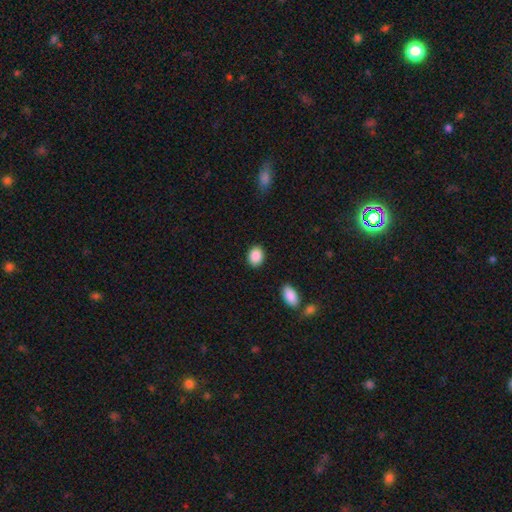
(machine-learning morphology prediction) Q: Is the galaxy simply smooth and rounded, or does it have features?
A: smooth — 89%.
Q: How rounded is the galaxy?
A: in between — 58%.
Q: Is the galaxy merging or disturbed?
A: none — 87%.